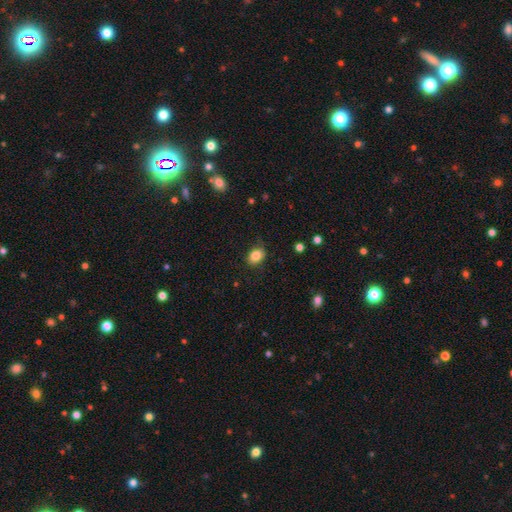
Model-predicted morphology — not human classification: A smooth galaxy with no disk features (84%) that is in between round and cigar-shaped (67%). Merging: none (79%).